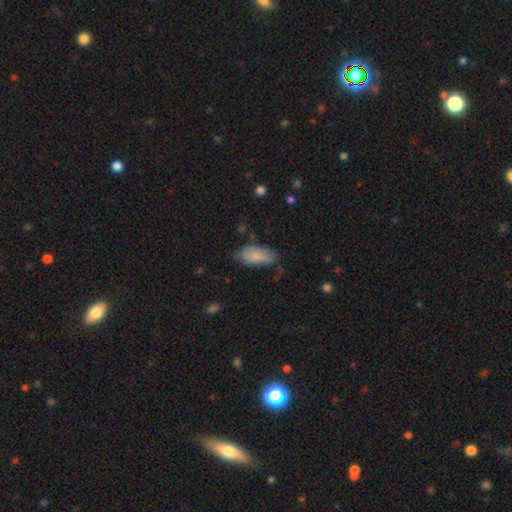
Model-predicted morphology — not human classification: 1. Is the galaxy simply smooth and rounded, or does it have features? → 82% smooth, 12% featured or disk, 6% star or artifact.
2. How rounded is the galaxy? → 87% in between, 11% cigar-shaped, 2% round.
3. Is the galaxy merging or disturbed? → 66% none, 26% minor disturbance, 6% major disturbance, 2% merger.